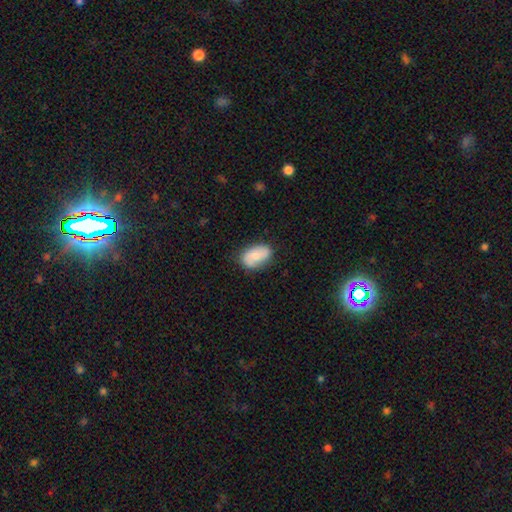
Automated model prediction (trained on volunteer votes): A smooth galaxy with no disk features (63%) that is in between round and cigar-shaped (88%). Merging: none (75%).